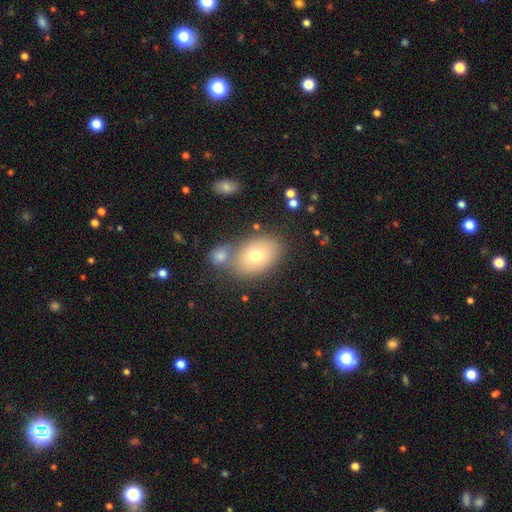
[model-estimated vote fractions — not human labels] smooth_or_featured: smooth (p=0.70) [alt: featured or disk p=0.20]
how_rounded: in between (p=0.80) [alt: round p=0.19]
merging: none (p=0.61) [alt: merger p=0.22]